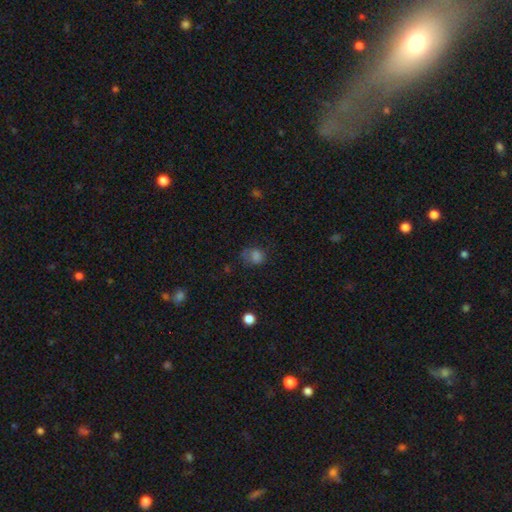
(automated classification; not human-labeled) smooth-or-featured: smooth: 71% | star or artifact: 18% | featured or disk: 11%
  how-rounded: round: 58% | in between: 41% | cigar-shaped: 1%
  merging: none: 48% | minor disturbance: 27% | major disturbance: 21% | merger: 4%